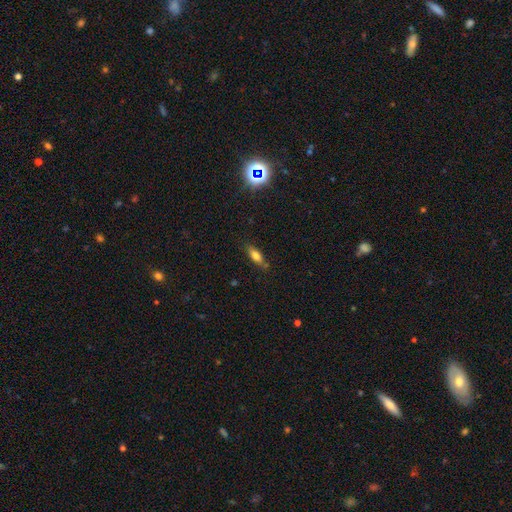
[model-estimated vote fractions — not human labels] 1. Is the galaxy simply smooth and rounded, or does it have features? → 73% smooth, 18% featured or disk, 9% star or artifact.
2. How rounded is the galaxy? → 63% in between, 34% cigar-shaped, 3% round.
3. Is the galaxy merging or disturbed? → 75% none, 16% minor disturbance, 5% merger, 4% major disturbance.